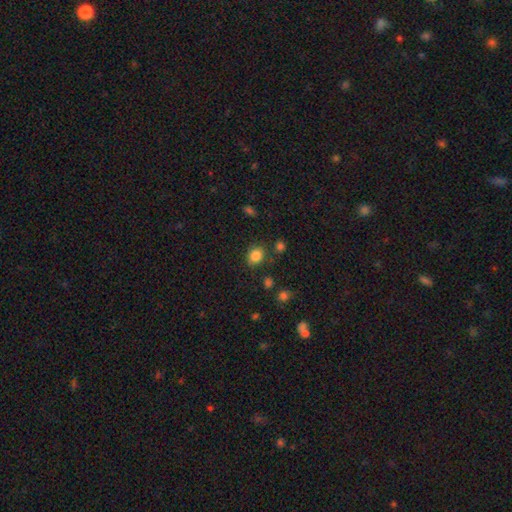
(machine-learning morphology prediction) smooth_or_featured: smooth (p=0.83) [alt: star or artifact p=0.12]
how_rounded: round (p=0.59) [alt: in between p=0.40]
merging: none (p=0.79) [alt: minor disturbance p=0.13]